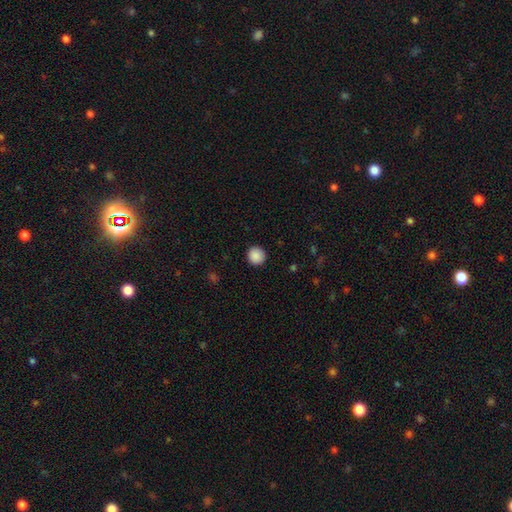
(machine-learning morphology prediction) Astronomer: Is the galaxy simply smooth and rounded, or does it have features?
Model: smooth — 89%.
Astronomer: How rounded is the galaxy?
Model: round — 94%.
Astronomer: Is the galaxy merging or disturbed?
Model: none — 92%.